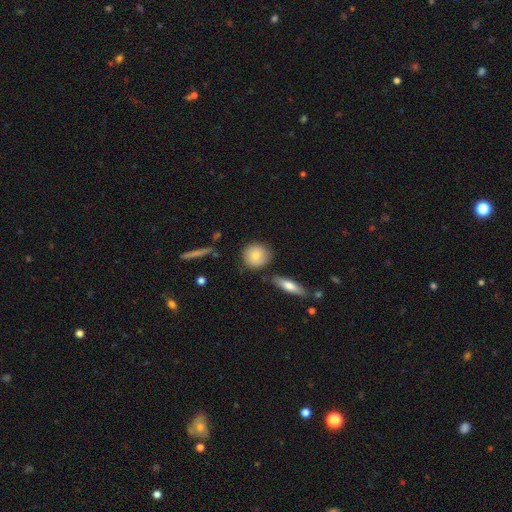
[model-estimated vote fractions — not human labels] Smooth or featured? Predicted: smooth (p=0.79). How rounded? Predicted: round (p=0.86). Merging? Predicted: none (p=0.81).